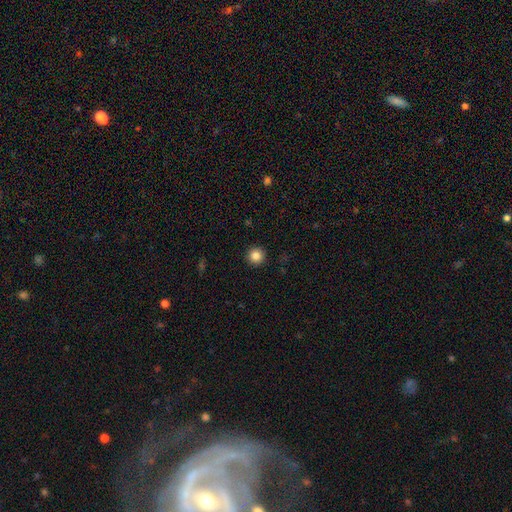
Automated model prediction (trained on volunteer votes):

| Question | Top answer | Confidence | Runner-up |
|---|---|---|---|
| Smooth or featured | smooth | 85% | star or artifact (10%) |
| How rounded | round | 96% | in between (3%) |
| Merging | none | 93% | minor disturbance (4%) |